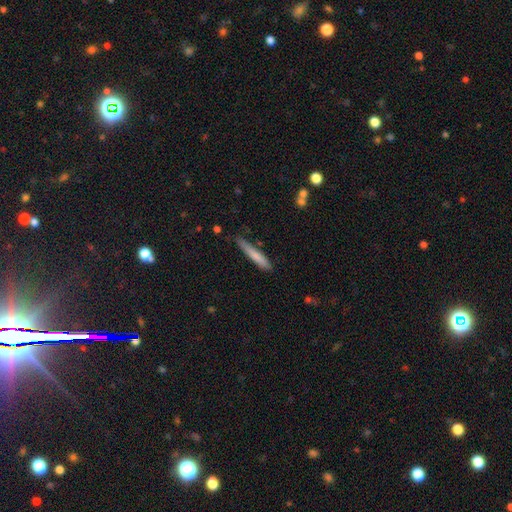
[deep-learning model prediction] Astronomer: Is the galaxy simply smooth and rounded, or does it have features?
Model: smooth — 76%.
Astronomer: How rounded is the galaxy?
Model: cigar-shaped — 93%.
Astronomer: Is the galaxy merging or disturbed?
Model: none — 72%.